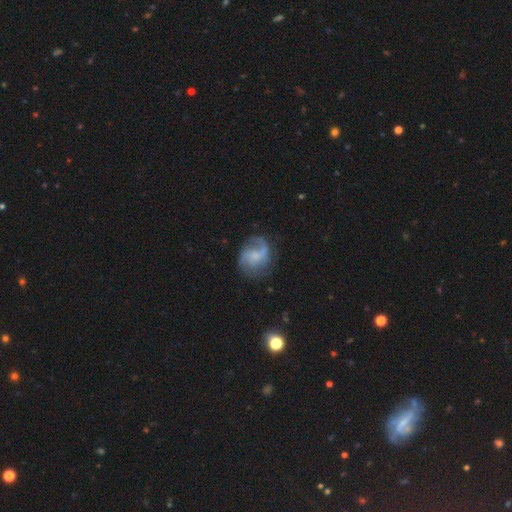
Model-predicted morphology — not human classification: The model was most divided on "bulge size": none: 36%, small: 35%, moderate: 23%, large: 5%, dominant: 1%. Remaining: edge-on disk — no (98%); spiral arms — yes (89%); smooth or featured — featured or disk (67%); merging — none (59%); bar — no (53%); spiral winding — loose (53%); spiral arm count — 2 (48%).